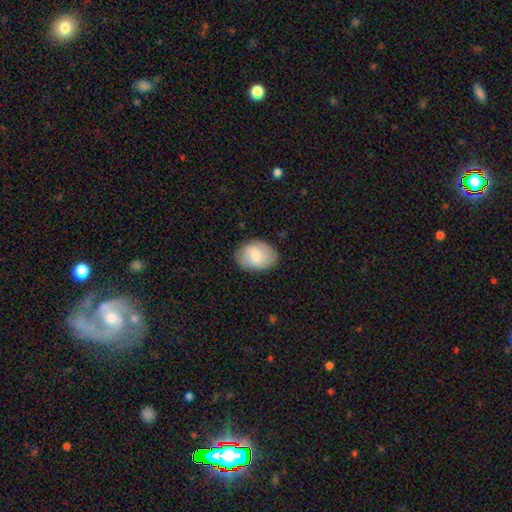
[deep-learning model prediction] Smooth or featured?
  - smooth: 64% *
  - featured or disk: 30%
  - star or artifact: 7%
How rounded?
  - in between: 75% *
  - round: 24%
  - cigar-shaped: 1%
Merging?
  - none: 83% *
  - minor disturbance: 13%
  - major disturbance: 3%
  - merger: 1%